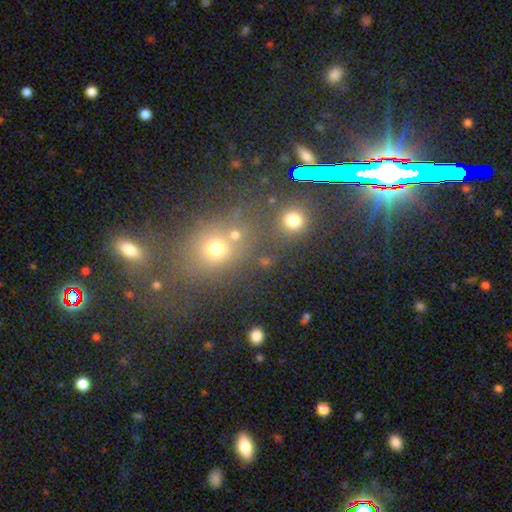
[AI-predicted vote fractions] The model was most divided on "smooth or featured": star or artifact: 53%, smooth: 34%, featured or disk: 13%.